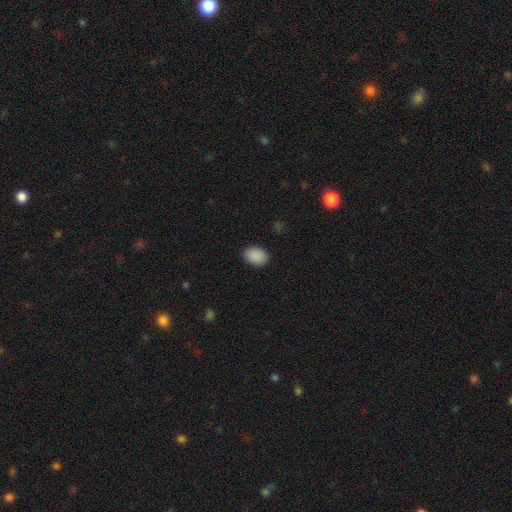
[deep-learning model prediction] This appears to be a smooth galaxy with no disk features (90%) that is in between round and cigar-shaped (75%). Merging: none (89%).